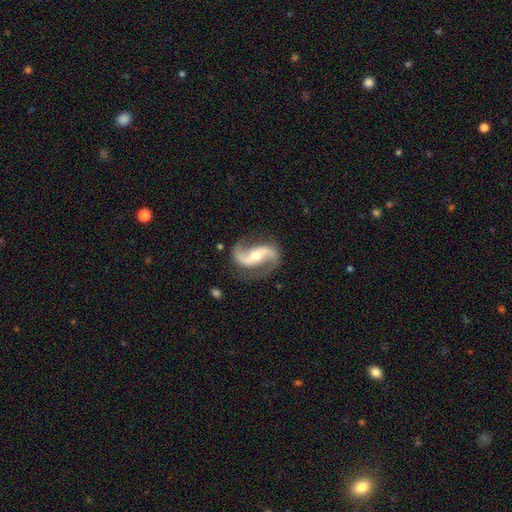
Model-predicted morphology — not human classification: Smooth or featured? Predicted: featured or disk (p=0.93). Edge-on disk? Predicted: no (p=0.98). Bar? Predicted: no (p=0.36). Spiral arms? Predicted: yes (p=0.98). Spiral winding? Predicted: loose (p=0.50). Spiral arm count? Predicted: 2 (p=0.94). Bulge size? Predicted: moderate (p=0.56). Merging? Predicted: none (p=0.83).